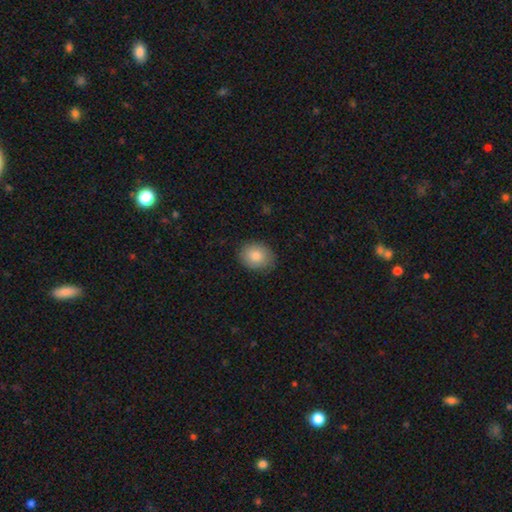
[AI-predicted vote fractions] A smooth galaxy with no disk features (83%) that is in between round and cigar-shaped (54%). Merging: none (85%).